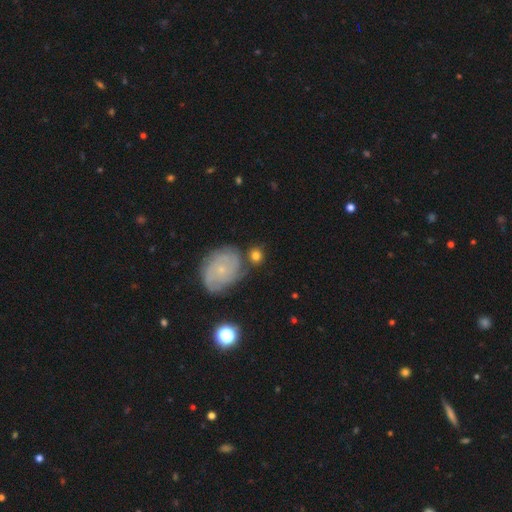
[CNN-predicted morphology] Overall: smooth (60%; featured or disk 30%). How rounded: round (78%). Merging: none (68%).